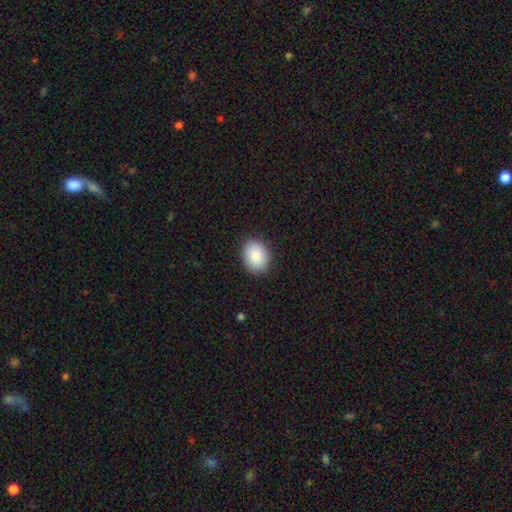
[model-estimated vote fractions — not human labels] This is clearly a smooth galaxy (89%). How rounded: likely in between (61%). Merging: clearly none (89%).